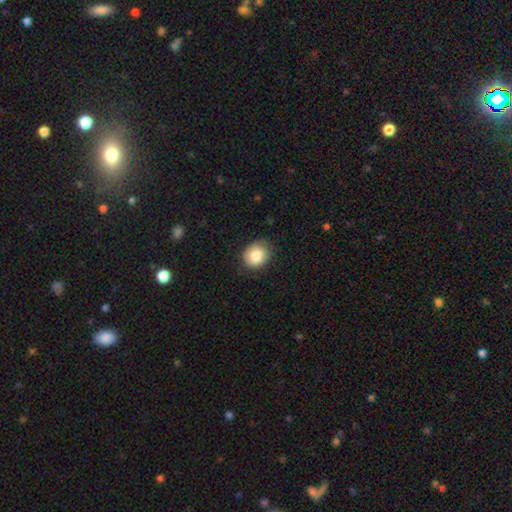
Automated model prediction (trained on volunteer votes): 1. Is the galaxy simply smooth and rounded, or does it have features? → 84% smooth, 8% star or artifact, 8% featured or disk.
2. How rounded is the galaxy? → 64% round, 35% in between, 1% cigar-shaped.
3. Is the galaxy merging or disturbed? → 78% none, 18% minor disturbance, 3% major disturbance, 1% merger.